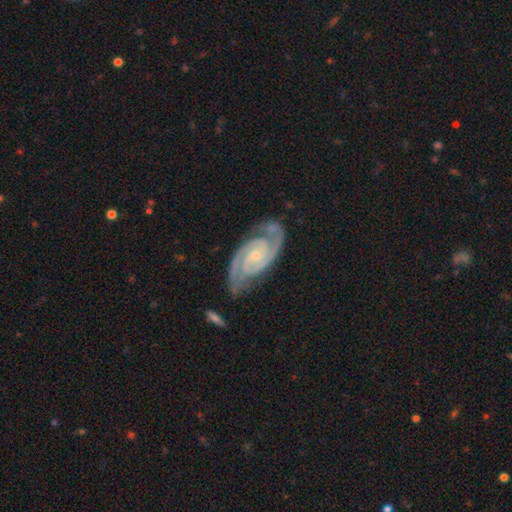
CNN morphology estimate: Smooth or featured: featured or disk — 93% (star or artifact — 5%)
Edge-on disk: no — 97% (yes — 3%)
Bar: no — 58% (weak — 30%)
Spiral arms: yes — 99% (no — 1%)
Spiral winding: tight — 61% (medium — 35%)
Spiral arm count: 2 — 91% (3 — 4%)
Bulge size: small — 74% (moderate — 22%)
Merging: none — 77% (minor disturbance — 16%)